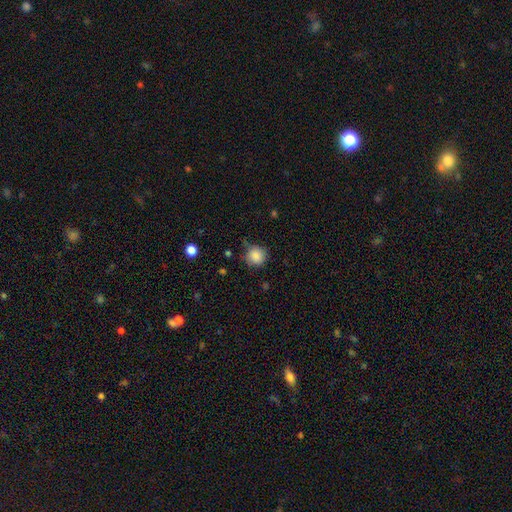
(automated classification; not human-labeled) smooth-or-featured: smooth: 86% | star or artifact: 9% | featured or disk: 5%
  how-rounded: round: 90% | in between: 9% | cigar-shaped: 1%
  merging: none: 74% | minor disturbance: 19% | major disturbance: 4% | merger: 3%